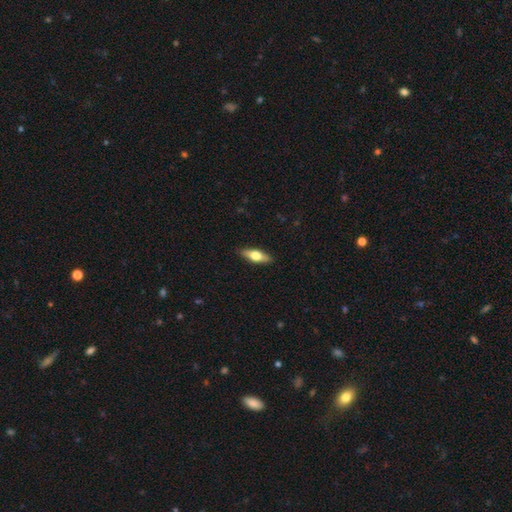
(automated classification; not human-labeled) smooth_or_featured: smooth (p=0.55) [alt: featured or disk p=0.39]
how_rounded: in between (p=0.59) [alt: cigar-shaped p=0.38]
merging: none (p=0.89) [alt: minor disturbance p=0.09]